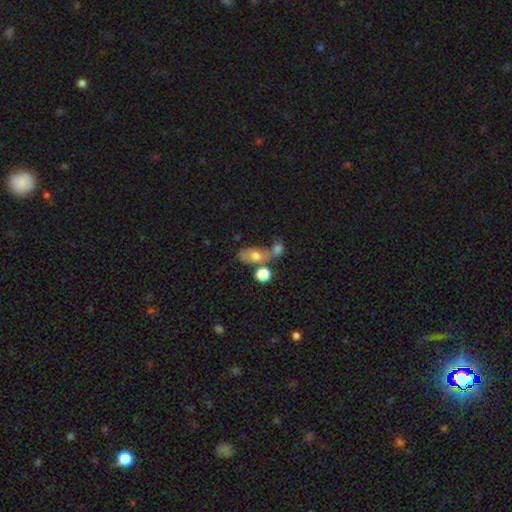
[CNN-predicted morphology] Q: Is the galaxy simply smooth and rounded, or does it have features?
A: smooth — 65%.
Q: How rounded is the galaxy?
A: in between — 79%.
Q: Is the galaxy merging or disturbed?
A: merger — 38%.